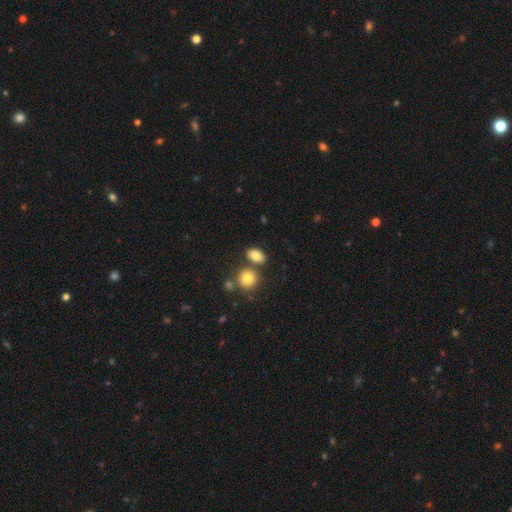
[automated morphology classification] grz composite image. It shows a smooth galaxy with no disk features (83%) that is in between round and cigar-shaped (81%). Merging: none (70%).